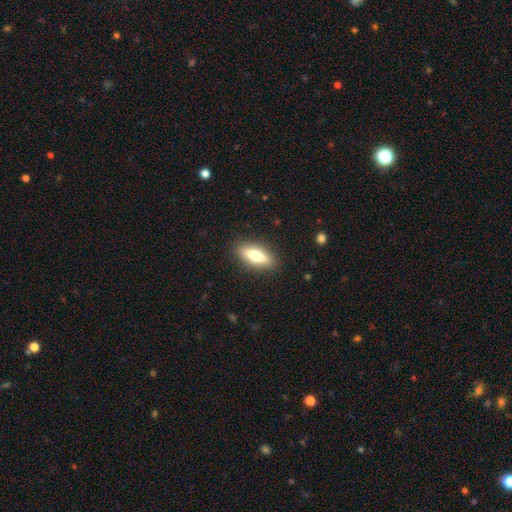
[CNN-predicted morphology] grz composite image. It shows a smooth galaxy with no disk features (72%) that is in between round and cigar-shaped (67%). Merging: none (88%).